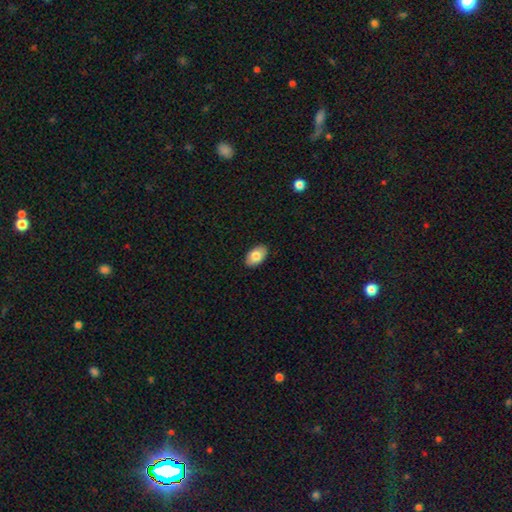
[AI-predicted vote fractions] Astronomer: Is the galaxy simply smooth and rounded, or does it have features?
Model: smooth — 81%.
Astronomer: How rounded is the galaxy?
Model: in between — 93%.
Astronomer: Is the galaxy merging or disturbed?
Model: none — 89%.